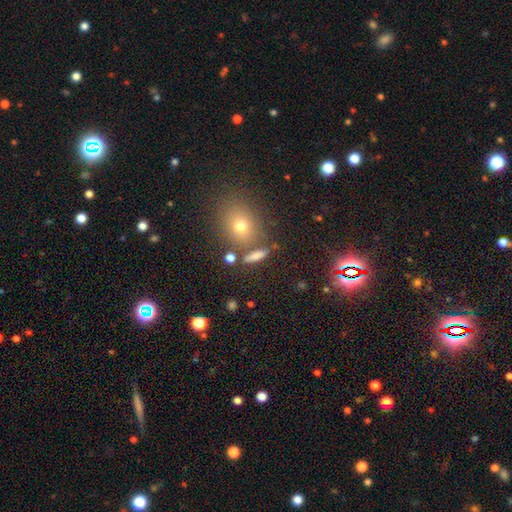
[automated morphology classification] Smooth or featured? smooth (69%)
How rounded? cigar-shaped (53%)
Merging? none (74%)